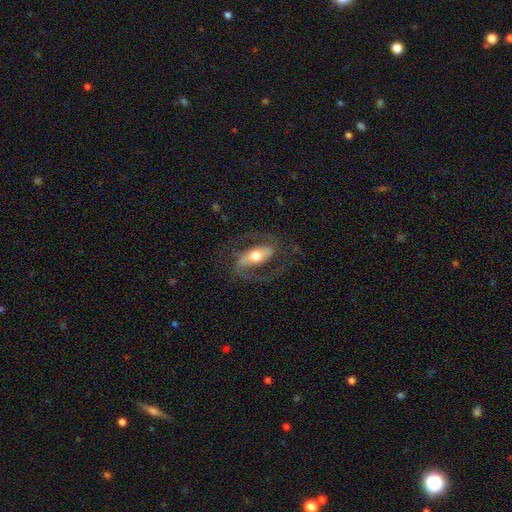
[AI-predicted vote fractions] Morphology: type=featured or disk (76%); edge-on=no (92%); bar=strong (48%); spiral arms=yes (86%); winding=medium (54%); arm count=2 (86%); bulge=moderate (67%); merging=none (69%).